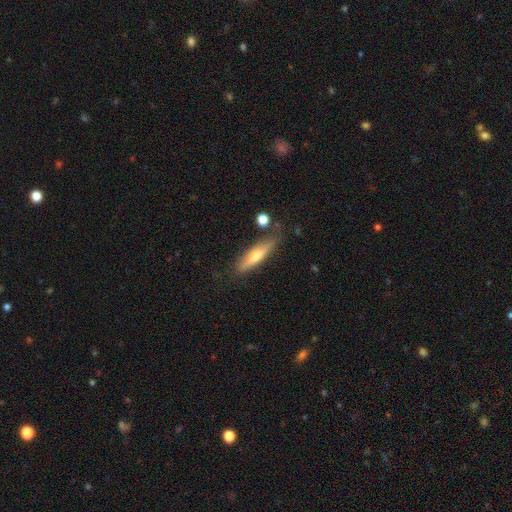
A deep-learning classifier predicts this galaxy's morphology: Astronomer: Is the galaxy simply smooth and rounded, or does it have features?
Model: smooth — 51% (runner-up: featured or disk, 42%).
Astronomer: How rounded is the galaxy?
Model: cigar-shaped — 78%.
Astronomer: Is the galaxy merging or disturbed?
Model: none — 75%.